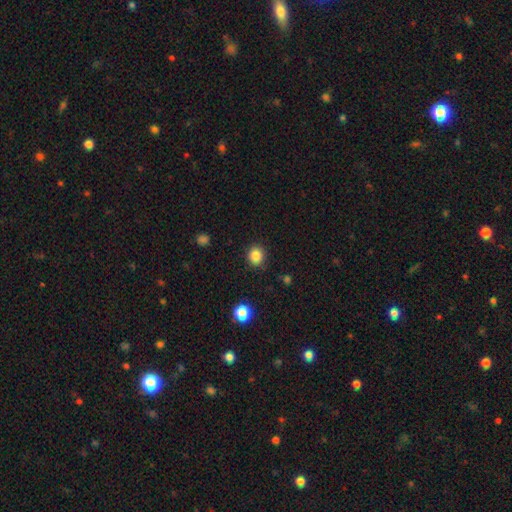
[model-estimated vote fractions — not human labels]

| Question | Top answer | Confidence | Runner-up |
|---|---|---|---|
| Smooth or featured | smooth | 85% | star or artifact (11%) |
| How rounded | round | 81% | in between (18%) |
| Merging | none | 89% | minor disturbance (7%) |